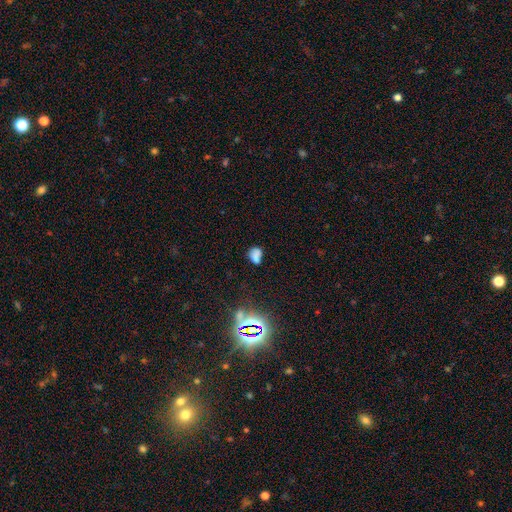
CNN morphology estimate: Smooth or featured: smooth — 67% (star or artifact — 21%)
How rounded: in between — 70% (round — 28%)
Merging: none — 50% (minor disturbance — 24%)